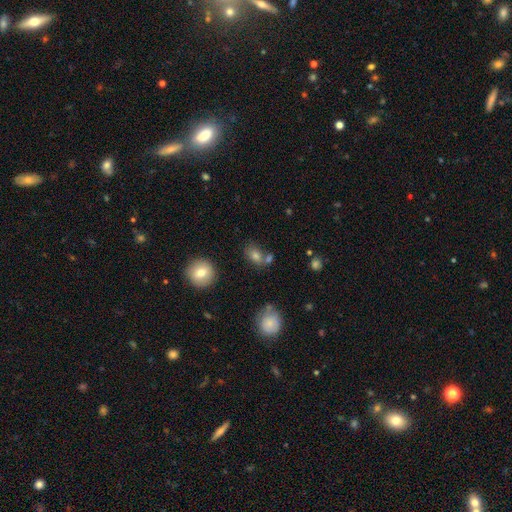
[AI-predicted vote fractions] Morphology: type=smooth (76%); roundness=in between (70%); merging=none (62%).